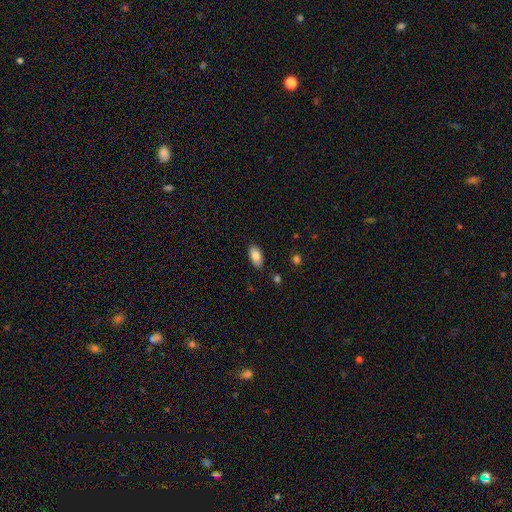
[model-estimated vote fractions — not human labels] This is clearly a smooth galaxy (85%). How rounded: clearly in between (93%). Merging: clearly none (84%).